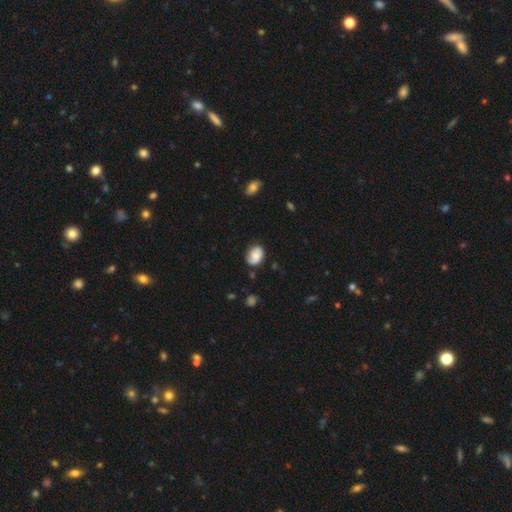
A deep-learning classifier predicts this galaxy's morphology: Overall: smooth (62%; featured or disk 29%). How rounded: in between (65%; round 34%). Merging: none (68%).